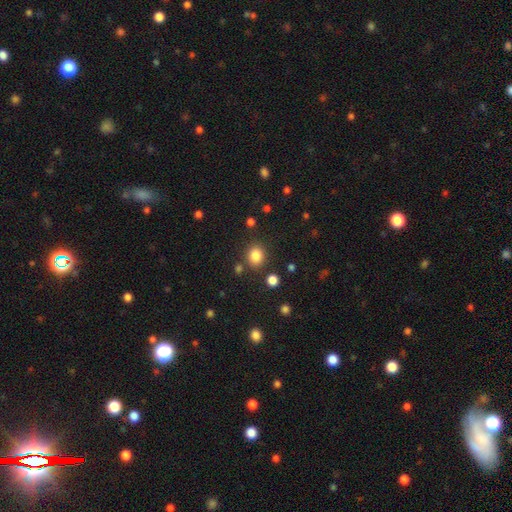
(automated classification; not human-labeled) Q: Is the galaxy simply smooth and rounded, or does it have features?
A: smooth — 84%.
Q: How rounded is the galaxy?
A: round — 71%.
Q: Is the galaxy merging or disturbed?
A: none — 83%.